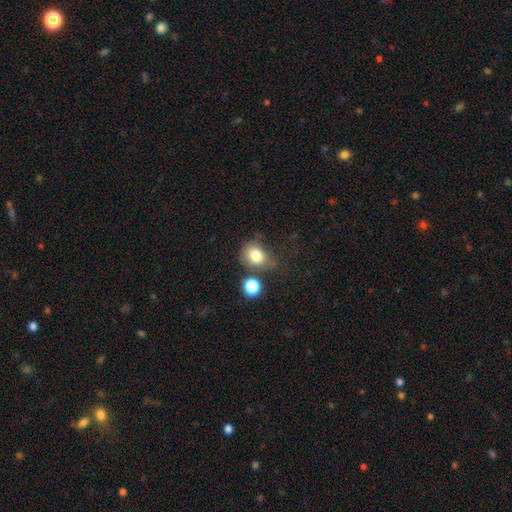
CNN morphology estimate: Smooth or featured? Predicted: smooth (p=0.79). How rounded? Predicted: round (p=0.55). Merging? Predicted: none (p=0.52).